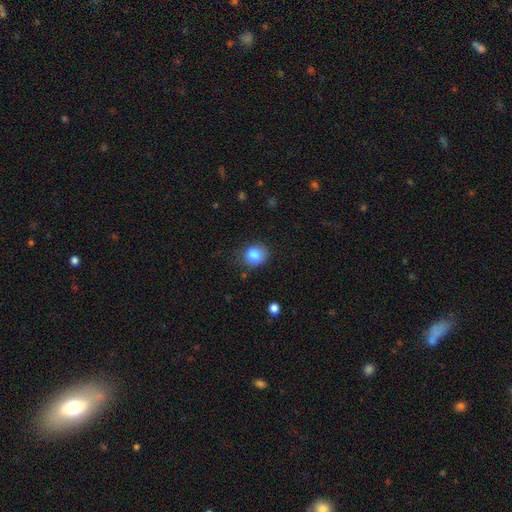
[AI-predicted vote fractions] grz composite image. It shows a smooth galaxy with no disk features (83%) that is round (60%). Merging: none (70%).